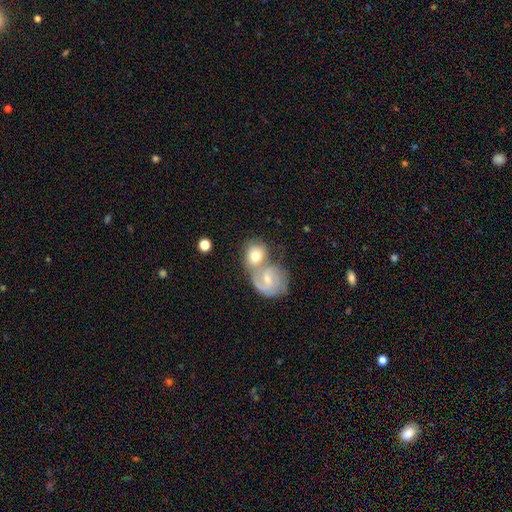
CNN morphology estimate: Smooth or featured? featured or disk (47%)
Merging? merger (59%)